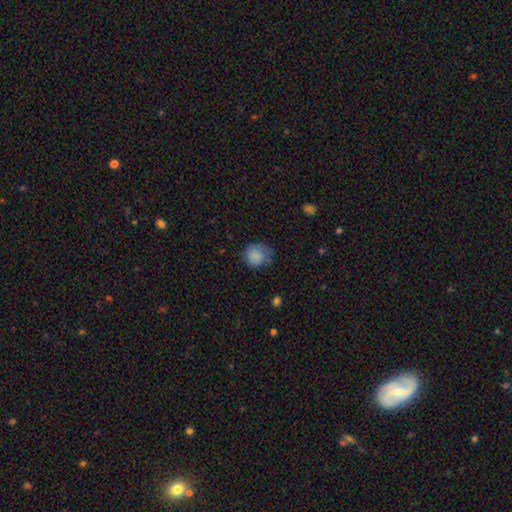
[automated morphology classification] A smooth galaxy with no disk features (84%) that is round (73%). Merging: none (52%).